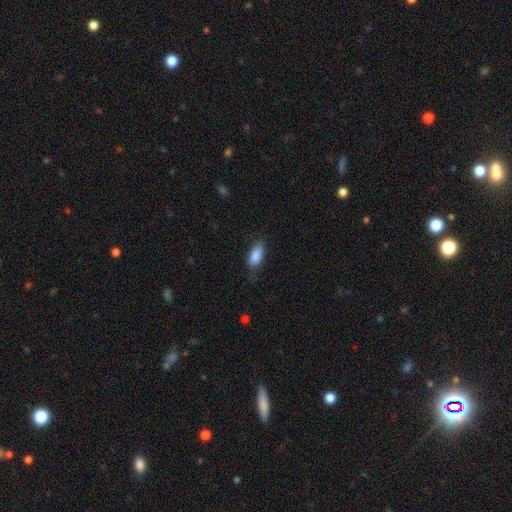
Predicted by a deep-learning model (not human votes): smooth-or-featured: smooth: 87% | star or artifact: 7% | featured or disk: 7%
  how-rounded: in between: 86% | cigar-shaped: 11% | round: 3%
  merging: none: 73% | minor disturbance: 21% | major disturbance: 5% | merger: 1%